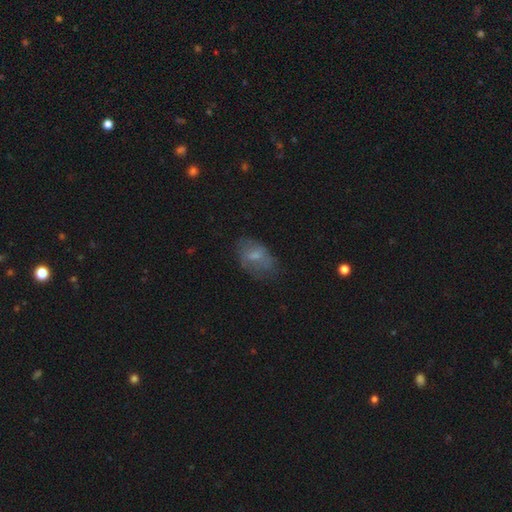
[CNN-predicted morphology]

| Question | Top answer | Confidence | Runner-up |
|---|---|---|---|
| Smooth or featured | smooth | 58% | featured or disk (31%) |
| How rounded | in between | 86% | round (12%) |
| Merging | none | 52% | minor disturbance (28%) |